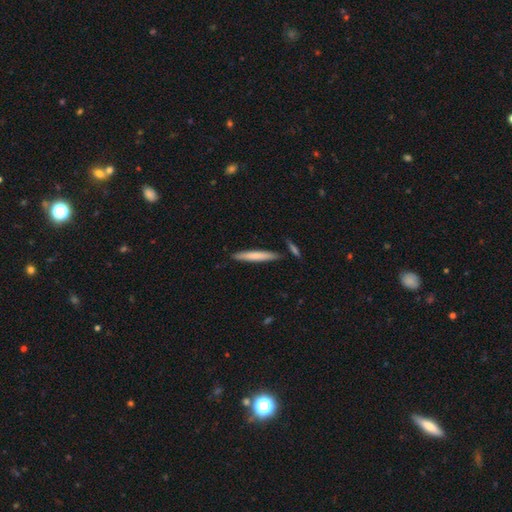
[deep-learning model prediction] Smooth or featured? smooth (71%)
How rounded? cigar-shaped (95%)
Merging? none (85%)